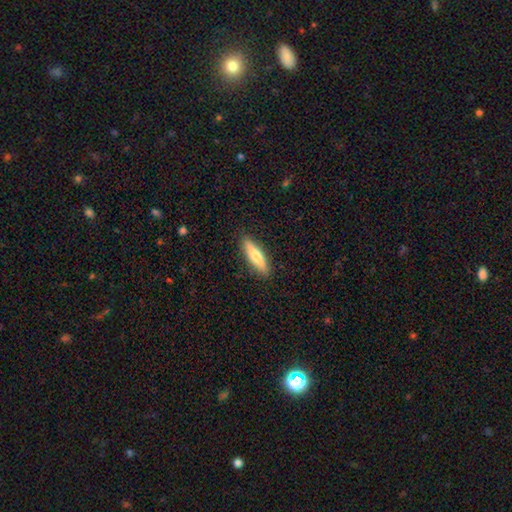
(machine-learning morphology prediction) smooth 62%, featured or disk 33%, star or artifact 6%. Down the decision tree: how rounded — cigar-shaped (75%); merging — none (90%).